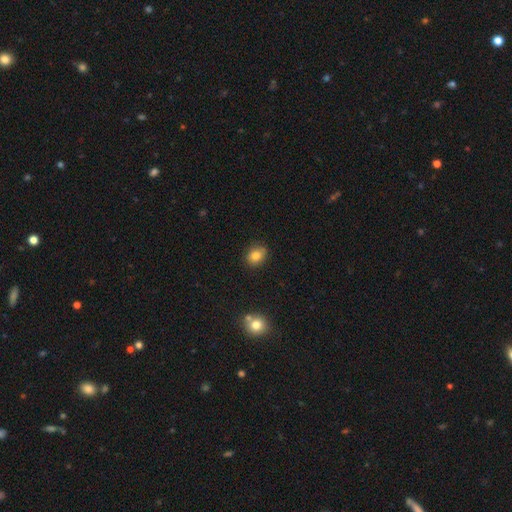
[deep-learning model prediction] This is clearly a smooth galaxy (81%). How rounded: possibly round (59%). Merging: clearly none (84%).